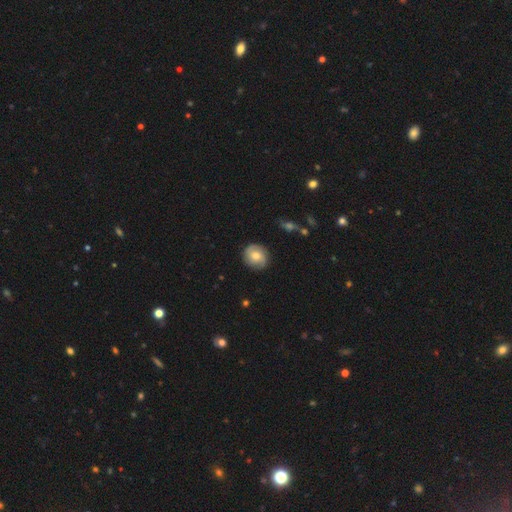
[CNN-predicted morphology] The model was most divided on "smooth or featured": smooth: 49%, featured or disk: 44%, star or artifact: 8%. More confident: merging — none (85%).